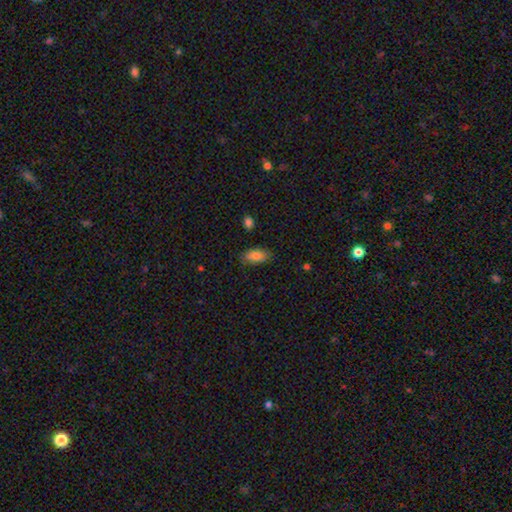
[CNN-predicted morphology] The model was most divided on "merging": none: 82%, minor disturbance: 14%, major disturbance: 3%, merger: 2%. More confident: how rounded — in between (91%); smooth or featured — smooth (83%).